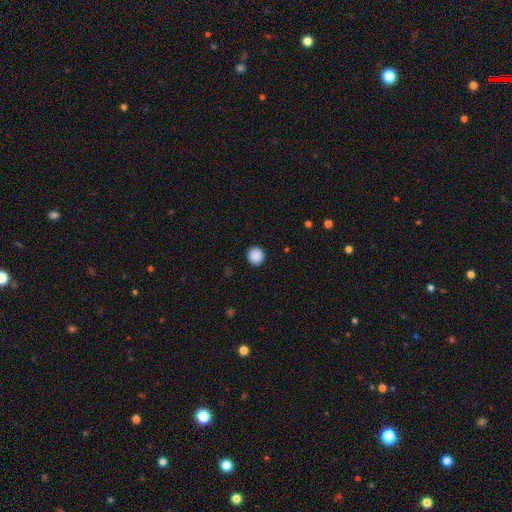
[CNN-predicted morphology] type=smooth (89%); roundness=round (92%); merging=none (92%).